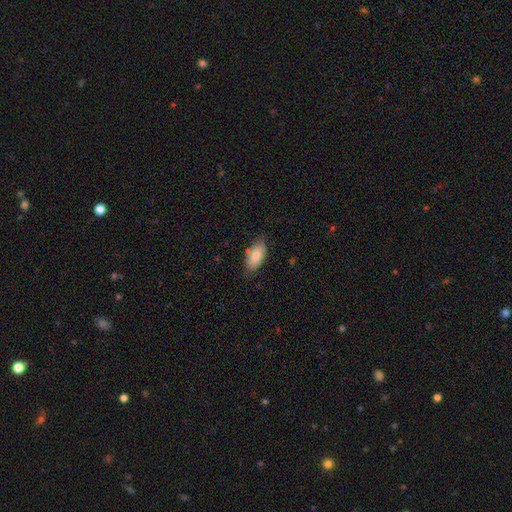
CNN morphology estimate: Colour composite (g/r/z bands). It shows a smooth galaxy with no disk features (84%) that is in between round and cigar-shaped (90%). Merging: none (74%).